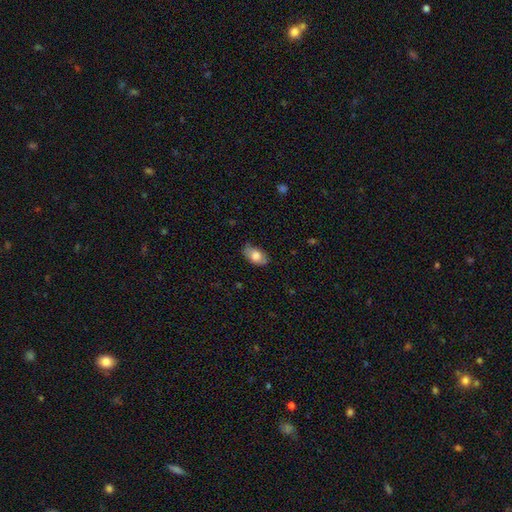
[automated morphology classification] The model was most divided on "smooth or featured": smooth: 75%, featured or disk: 18%, star or artifact: 7%. More confident: how rounded — in between (93%); merging — none (79%).